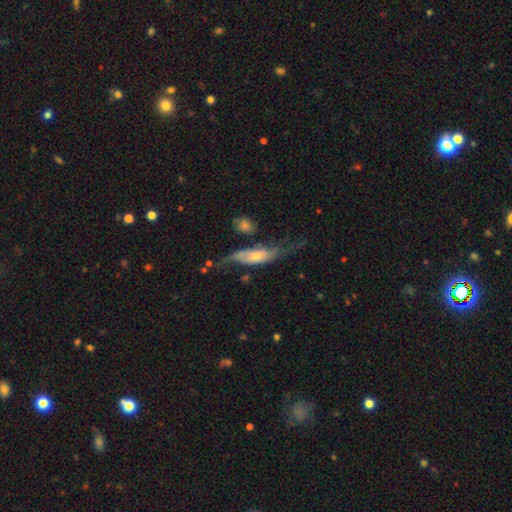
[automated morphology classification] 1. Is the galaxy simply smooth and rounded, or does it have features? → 67% featured or disk, 26% smooth, 7% star or artifact.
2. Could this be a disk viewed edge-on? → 69% no, 31% yes.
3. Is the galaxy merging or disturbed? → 44% none, 25% minor disturbance, 22% major disturbance, 8% merger.